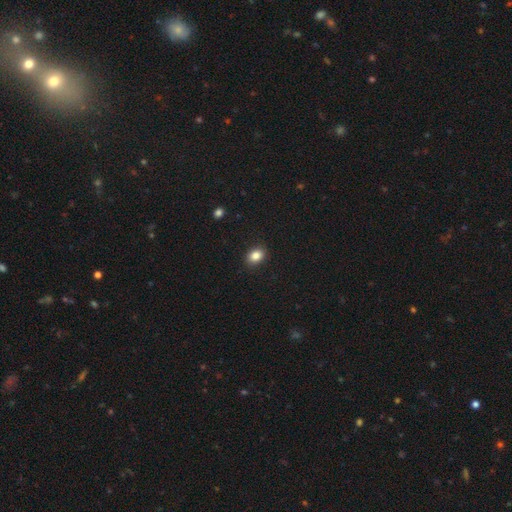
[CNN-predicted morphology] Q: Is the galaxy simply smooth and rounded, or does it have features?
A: smooth — 86%.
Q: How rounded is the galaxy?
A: in between — 65%.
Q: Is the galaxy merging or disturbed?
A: none — 89%.